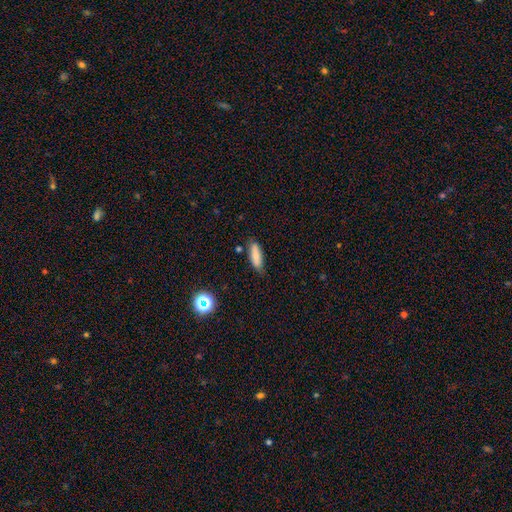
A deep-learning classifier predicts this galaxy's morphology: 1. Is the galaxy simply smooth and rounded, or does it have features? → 82% smooth, 10% featured or disk, 9% star or artifact.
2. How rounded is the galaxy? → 49% cigar-shaped (tied), 49% in between (tied), 2% round.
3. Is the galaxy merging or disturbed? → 77% none, 17% minor disturbance, 3% major disturbance, 3% merger.